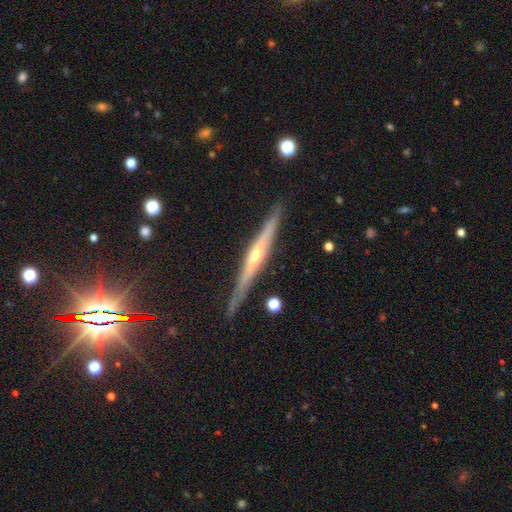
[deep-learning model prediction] Smooth or featured: featured or disk — 78% (smooth — 13%)
Edge-on disk: yes — 98% (no — 2%)
Edge-on bulge: rounded — 82% (none — 13%)
Merging: none — 89% (minor disturbance — 8%)